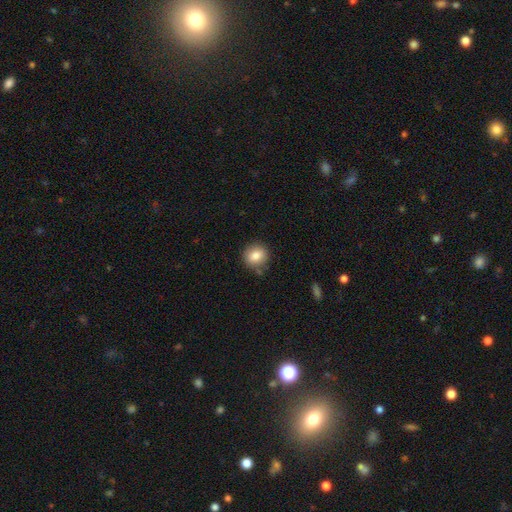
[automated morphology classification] Q: Smooth or featured?
A: smooth (82%); runner-up: star or artifact (9%)
Q: How rounded?
A: round (85%); runner-up: in between (14%)
Q: Merging?
A: none (80%); runner-up: minor disturbance (14%)